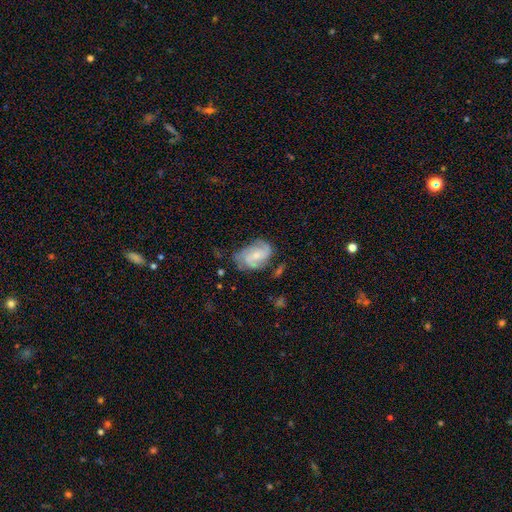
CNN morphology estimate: Smooth or featured? Predicted: featured or disk (p=0.78). Edge-on disk? Predicted: no (p=0.98). Bar? Predicted: no (p=0.57). Spiral arms? Predicted: yes (p=0.95). Spiral winding? Predicted: medium (p=0.45). Spiral arm count? Predicted: 2 (p=0.39). Bulge size? Predicted: small (p=0.59). Merging? Predicted: none (p=0.57).